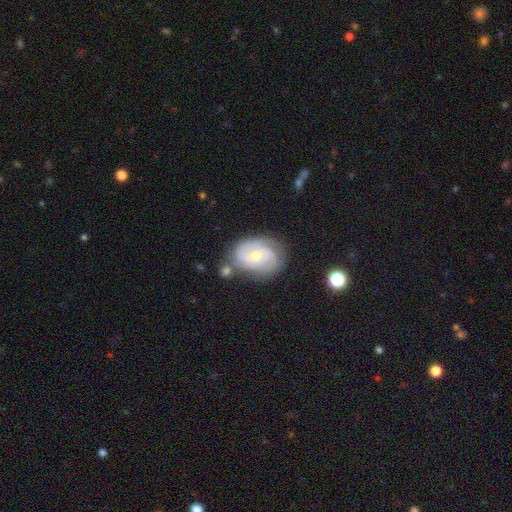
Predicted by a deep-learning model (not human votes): This is likely a featured or disk galaxy (74%). It is clearly not viewed edge-on (97%). Bar: possibly no (57%). Spiral arm pattern: clearly yes (89%). Spiral arm count: marginally 2 (44%). Spiral winding: possibly tight (56%). Central bulge: possibly moderate (48%, tied with small). Merging: likely none (64%).